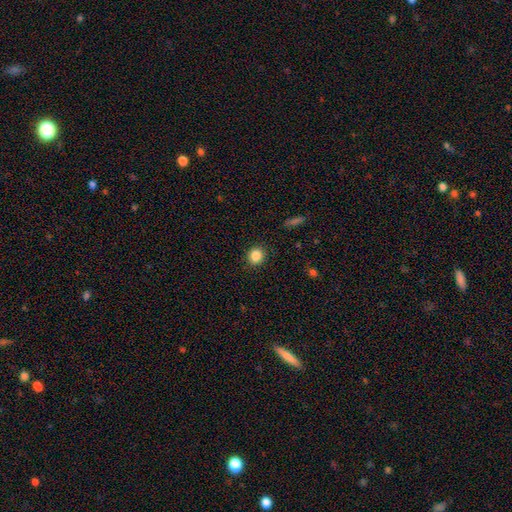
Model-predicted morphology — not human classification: The model was most divided on "how rounded": round: 79%, in between: 20%, cigar-shaped: 1%. More confident: merging — none (90%); smooth or featured — smooth (85%).